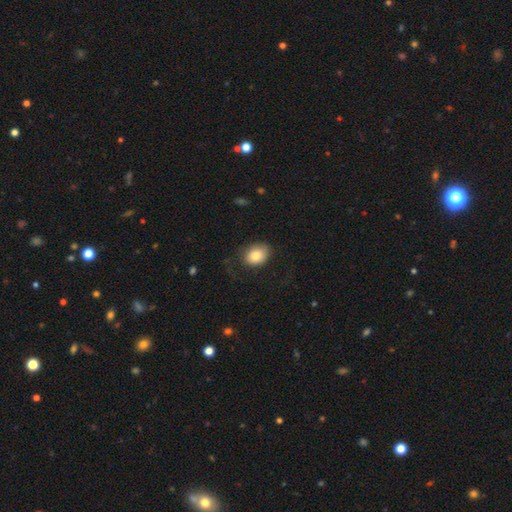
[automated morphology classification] type=smooth (82%); roundness=in between (59%); merging=none (67%).